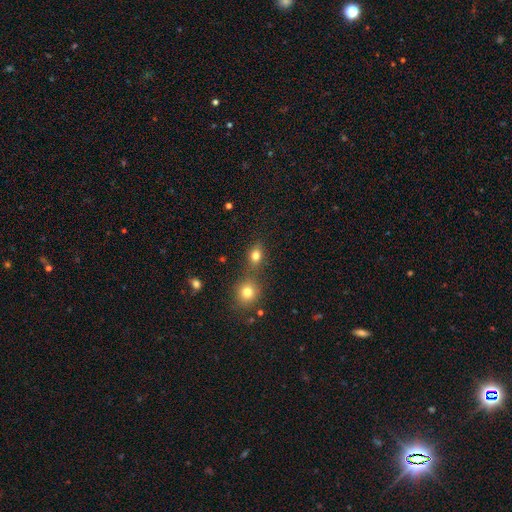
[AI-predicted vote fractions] Q: Smooth or featured?
A: smooth (79%); runner-up: star or artifact (13%)
Q: How rounded?
A: in between (52%); runner-up: round (46%)
Q: Merging?
A: none (64%); runner-up: merger (21%)